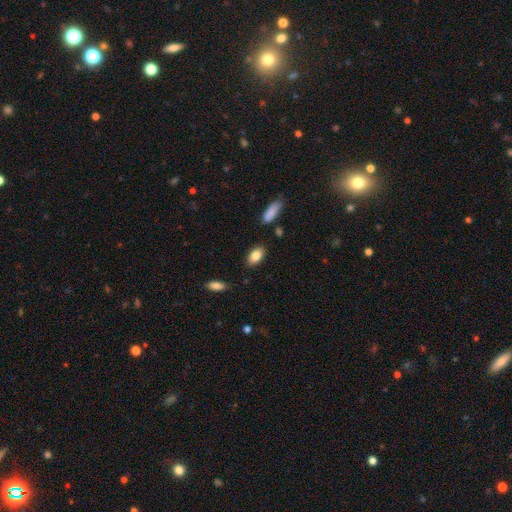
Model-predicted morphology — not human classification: smooth-or-featured: smooth: 84% | featured or disk: 9% | star or artifact: 7%
  how-rounded: in between: 91% | round: 5% | cigar-shaped: 4%
  merging: none: 85% | minor disturbance: 10% | major disturbance: 2% | merger: 2%